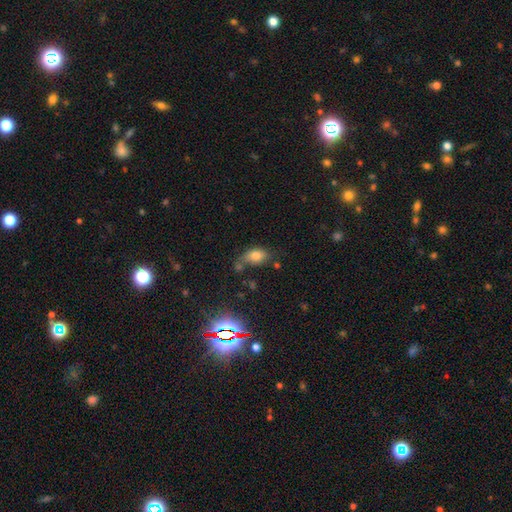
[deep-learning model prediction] Morphology: type=smooth (76%); roundness=in between (84%); merging=none (53%).